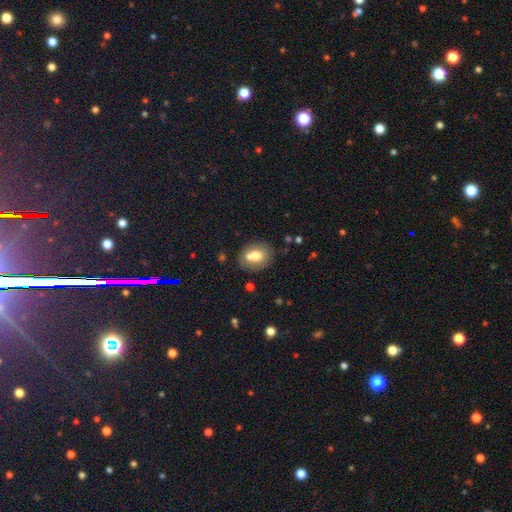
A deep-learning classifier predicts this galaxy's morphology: smooth-or-featured: smooth: 71% | featured or disk: 20% | star or artifact: 9%
  how-rounded: in between: 58% | round: 40% | cigar-shaped: 1%
  merging: none: 54% | merger: 28% | minor disturbance: 14% | major disturbance: 4%